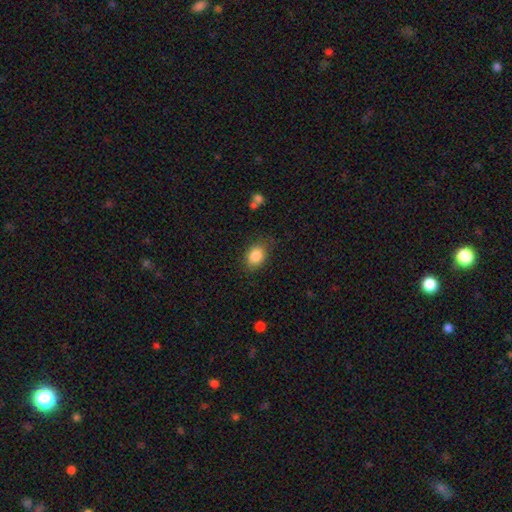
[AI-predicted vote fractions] This is clearly a smooth galaxy (87%). How rounded: likely in between (72%). Merging: likely none (79%).